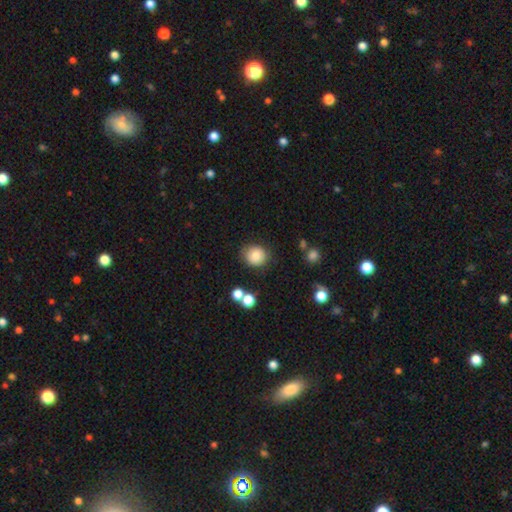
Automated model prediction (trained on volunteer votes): smooth_or_featured: smooth (p=0.83) [alt: star or artifact p=0.10]
how_rounded: round (p=0.81) [alt: in between p=0.18]
merging: none (p=0.82) [alt: minor disturbance p=0.11]